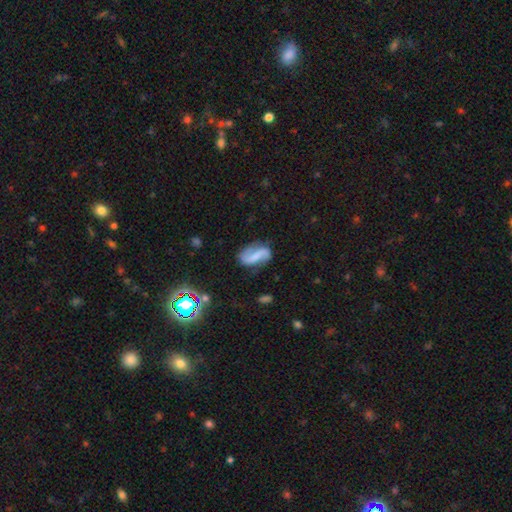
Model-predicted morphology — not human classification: smooth-or-featured: featured or disk: 68% | smooth: 24% | star or artifact: 8%
  disk-edge-on: no: 96% | yes: 4%
    bar: strong: 43% | weak: 34% | no: 24%
    has-spiral-arms: yes: 90% | no: 10%
      spiral-winding: loose: 61% | medium: 27% | tight: 12%
      spiral-arm-count: 2: 89% | can't tell: 4% | 1: 4% | 3: 1% | 4: 1% | more than 4: 1%
    bulge-size: none: 50% | small: 29% | moderate: 15% | large: 4% | dominant: 2%
  merging: none: 70% | minor disturbance: 19% | major disturbance: 8% | merger: 3%